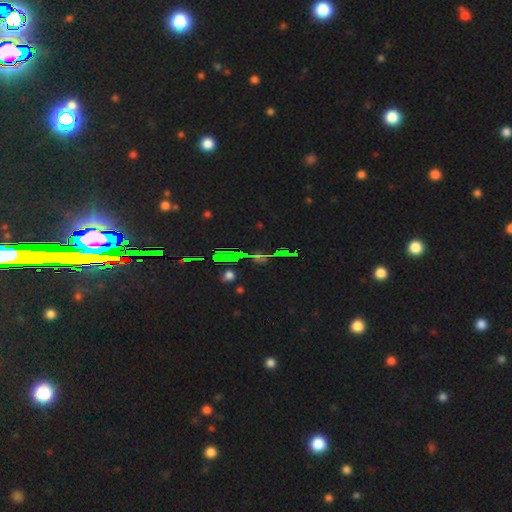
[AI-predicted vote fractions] A star or artifact, not a galaxy (80%).

Vote fractions:
- Smooth or featured? star or artifact: 80% / featured or disk: 10% / smooth: 10%